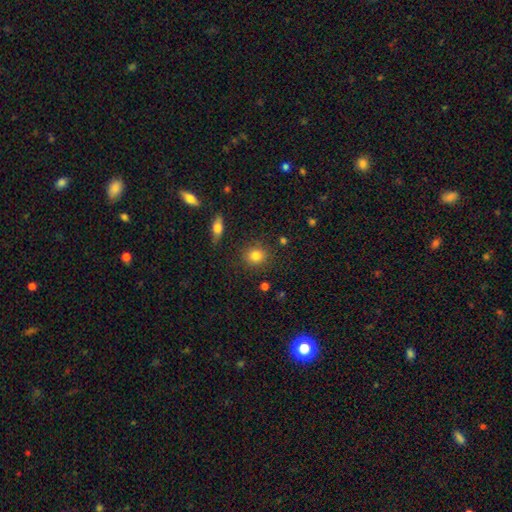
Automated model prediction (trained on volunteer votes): This appears to be a smooth galaxy with no disk features (83%) that is round (80%). Merging: none (86%).